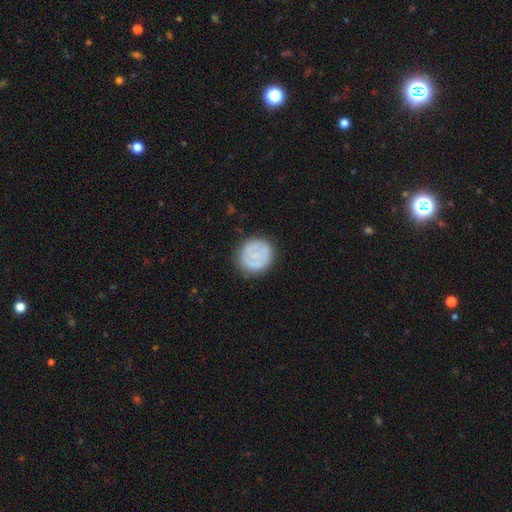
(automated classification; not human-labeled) smooth 58%, featured or disk 36%, star or artifact 7%. Down the decision tree: how rounded — round (90%); merging — none (80%).